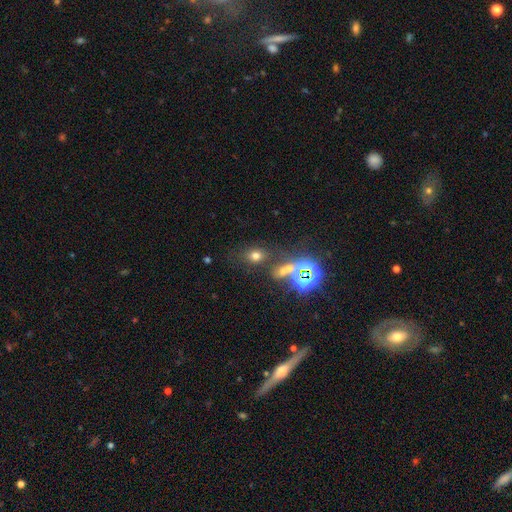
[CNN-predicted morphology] Smooth or featured? Predicted: smooth (p=0.60). How rounded? Predicted: in between (p=0.49, tied with round). Merging? Predicted: none (p=0.68).